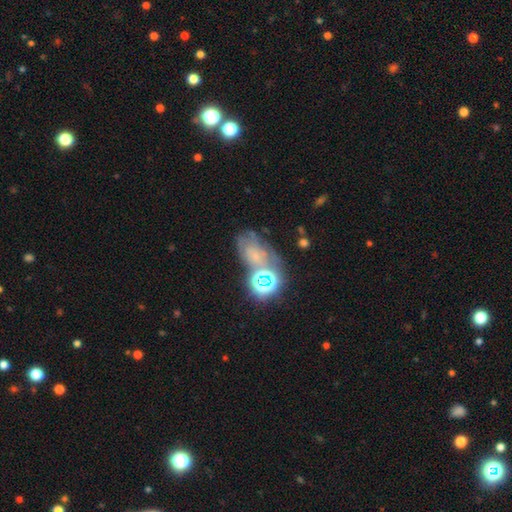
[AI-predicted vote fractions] Smooth or featured? Predicted: star or artifact (p=0.34, tied with featured or disk).